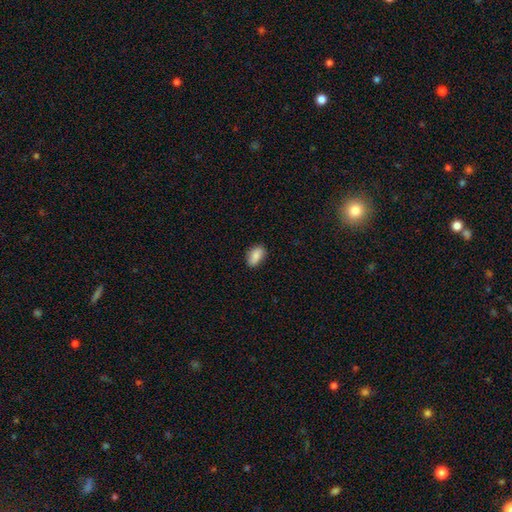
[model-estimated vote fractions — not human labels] Smooth or featured? Predicted: smooth (p=0.86). How rounded? Predicted: in between (p=0.89). Merging? Predicted: none (p=0.83).